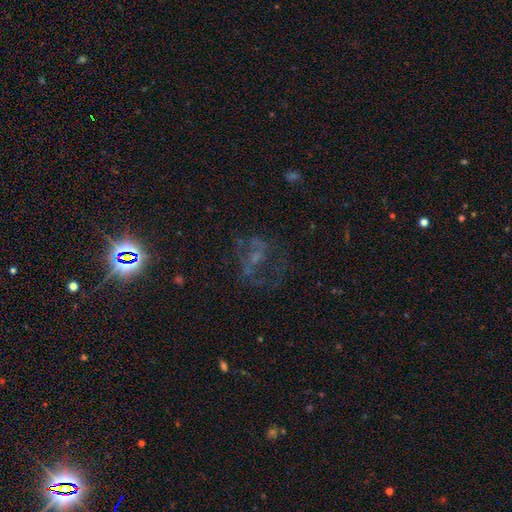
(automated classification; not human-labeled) featured or disk 51%, star or artifact 29%, smooth 20%. Down the decision tree: edge-on disk — no (97%); merging — none (45%).